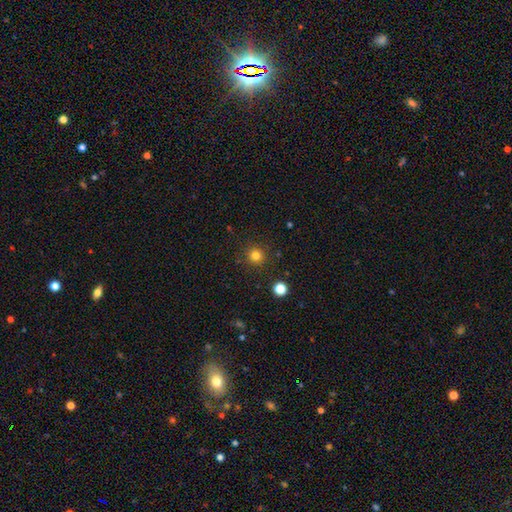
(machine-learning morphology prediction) A smooth galaxy with no disk features (81%) that is round (94%).

Vote fractions:
- Smooth or featured? smooth: 81% / star or artifact: 14% / featured or disk: 5%
- How rounded? round: 94% / in between: 5% / cigar-shaped: 1%
- Merging? none: 90% / minor disturbance: 6% / major disturbance: 2% / merger: 2%